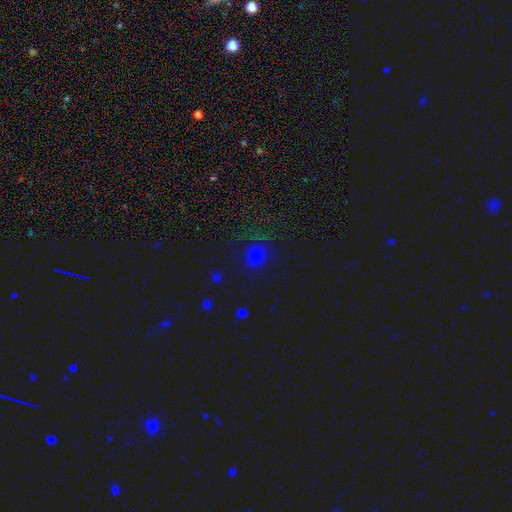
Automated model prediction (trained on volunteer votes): A smooth galaxy with no disk features (76%) that is round (83%).

Vote fractions:
- Smooth or featured? smooth: 76% / star or artifact: 19% / featured or disk: 5%
- How rounded? round: 83% / in between: 16% / cigar-shaped: 1%
- Merging? none: 82% / minor disturbance: 11% / major disturbance: 5% / merger: 2%